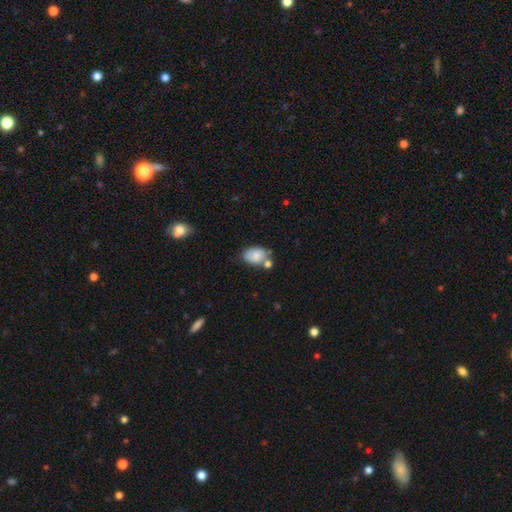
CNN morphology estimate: Smooth or featured? smooth (76%)
How rounded? in between (84%)
Merging? none (51%)